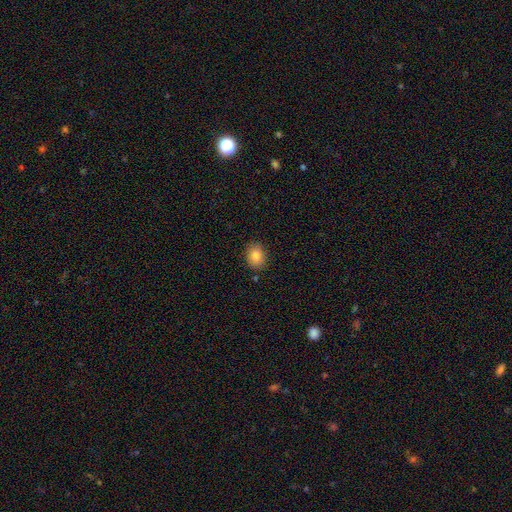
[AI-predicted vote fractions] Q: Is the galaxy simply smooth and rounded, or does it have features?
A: smooth — 86%.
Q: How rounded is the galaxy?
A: in between — 62%.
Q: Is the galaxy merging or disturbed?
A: none — 86%.